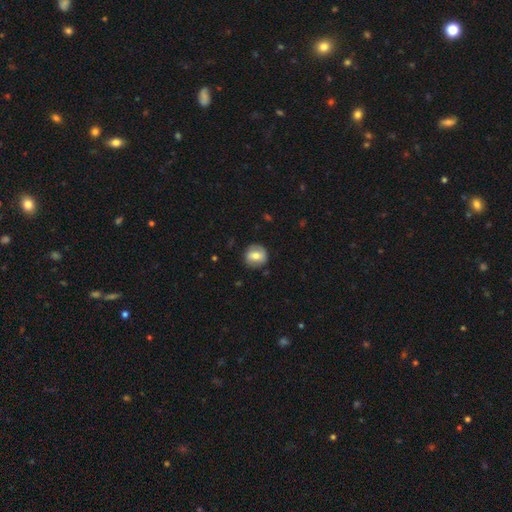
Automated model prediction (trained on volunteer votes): A smooth galaxy with no disk features (61%) that is round (84%). Merging: none (82%).